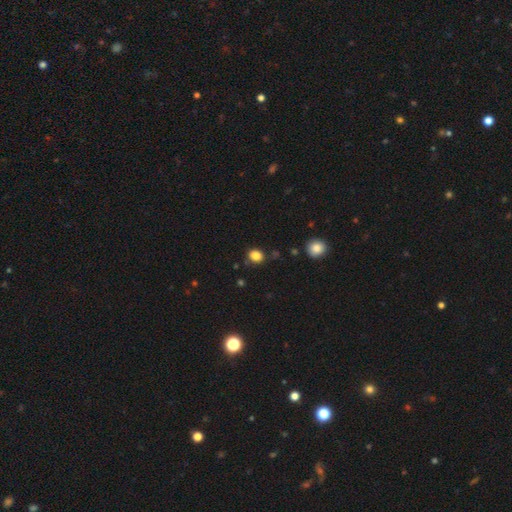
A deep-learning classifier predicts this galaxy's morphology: This is clearly a smooth galaxy (84%). How rounded: likely round (61%). Merging: clearly none (82%).